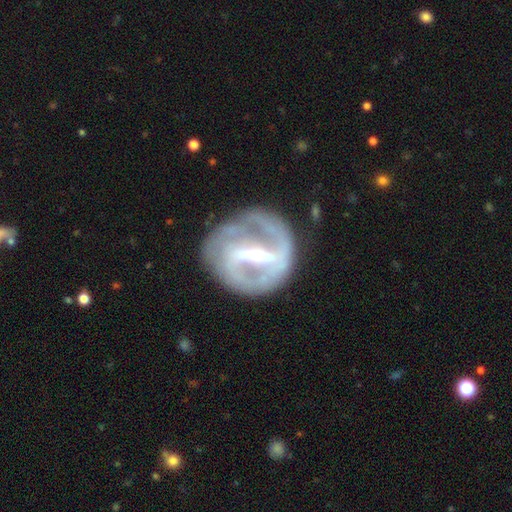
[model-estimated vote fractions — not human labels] This appears to be a featured or disk galaxy (81%) with a strong bar (73%), 2 (55%) tight (47%) spiral arms (72%) and a small central bulge (37%). Merging: none (66%).